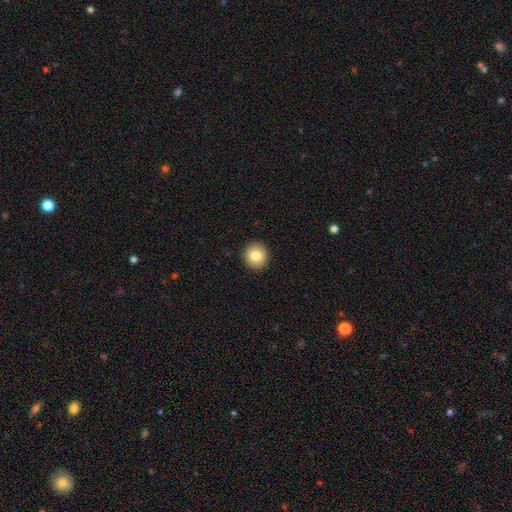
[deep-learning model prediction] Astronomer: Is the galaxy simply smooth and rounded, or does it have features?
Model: smooth — 82%.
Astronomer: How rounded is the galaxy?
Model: round — 91%.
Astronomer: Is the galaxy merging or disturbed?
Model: none — 93%.